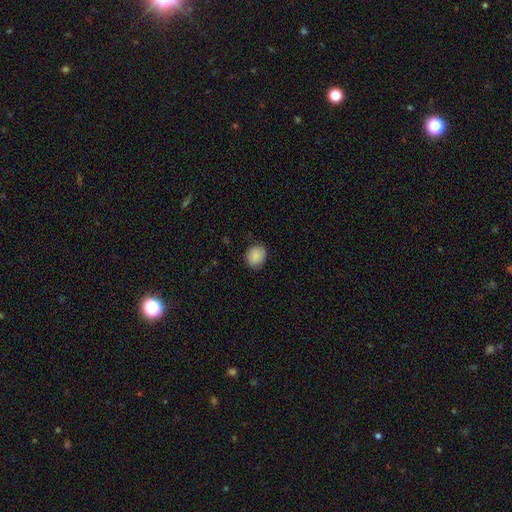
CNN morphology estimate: This is clearly a smooth galaxy (89%). How rounded: likely round (71%). Merging: clearly none (87%).